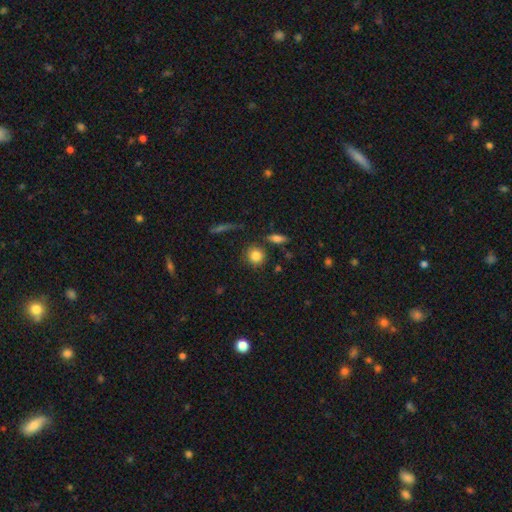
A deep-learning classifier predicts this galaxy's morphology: smooth_or_featured: smooth (p=0.84) [alt: star or artifact p=0.09]
how_rounded: round (p=0.85) [alt: in between p=0.13]
merging: none (p=0.79) [alt: minor disturbance p=0.10]